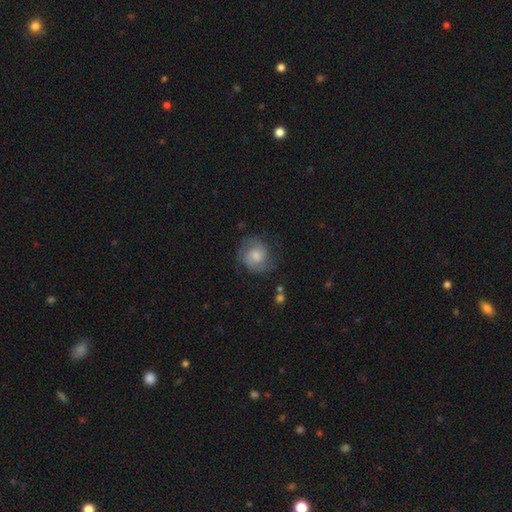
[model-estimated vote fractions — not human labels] Smooth or featured?
  - featured or disk: 55% *
  - smooth: 37%
  - star or artifact: 8%
Edge-on disk?
  - no: 98% *
  - yes: 2%
Bar?
  - no: 58% *
  - weak: 37%
  - strong: 6%
Spiral arms?
  - yes: 87% *
  - no: 13%
Bulge size?
  - moderate: 42% *
  - small: 30%
  - large: 13%
  - none: 12%
  - dominant: 2%
Merging?
  - none: 67% *
  - minor disturbance: 21%
  - major disturbance: 10%
  - merger: 2%